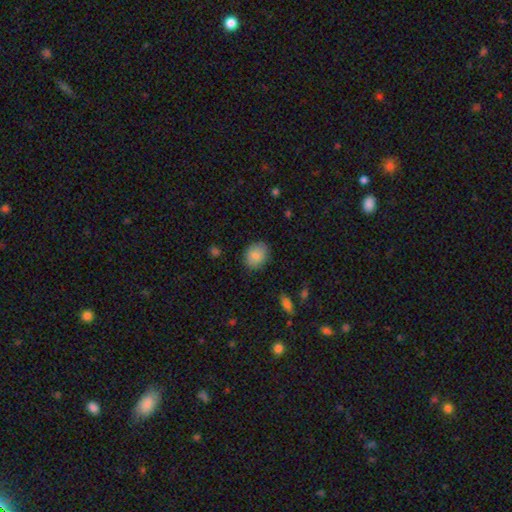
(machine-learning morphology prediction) This is clearly a smooth galaxy (84%). How rounded: possibly round (50%). Merging: clearly none (84%).